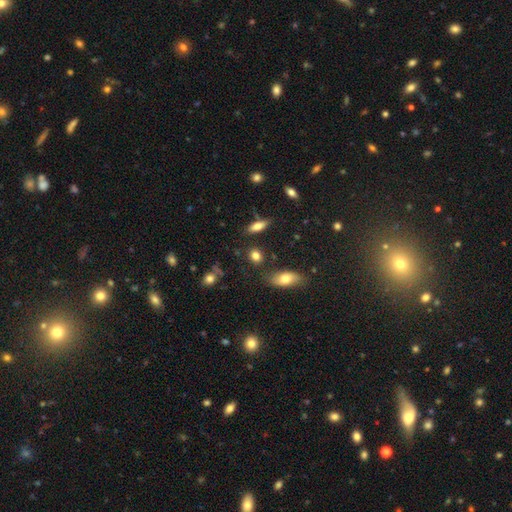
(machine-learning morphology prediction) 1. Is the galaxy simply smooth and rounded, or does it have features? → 81% smooth, 12% star or artifact, 8% featured or disk.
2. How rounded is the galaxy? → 50% in between, 43% round, 7% cigar-shaped.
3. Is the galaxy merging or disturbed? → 78% none, 12% minor disturbance, 6% merger, 4% major disturbance.